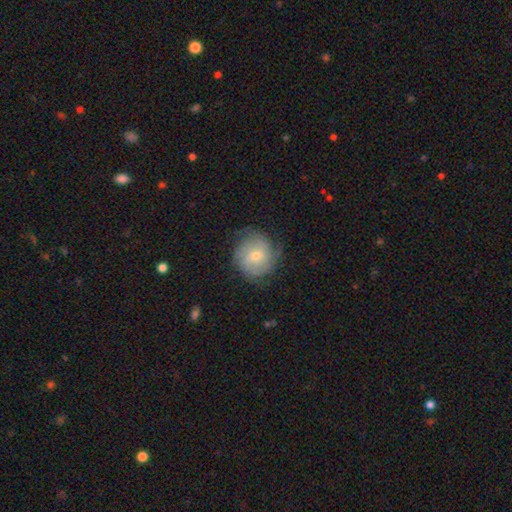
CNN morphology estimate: The model was most divided on "bulge size": moderate: 52%, small: 44%, large: 2%, none: 1%, dominant: 1%. Remaining: edge-on disk — no (97%); spiral arms — yes (87%); merging — none (72%); bar — no (66%); smooth or featured — featured or disk (60%); spiral winding — tight (56%); spiral arm count — can't tell (38%).